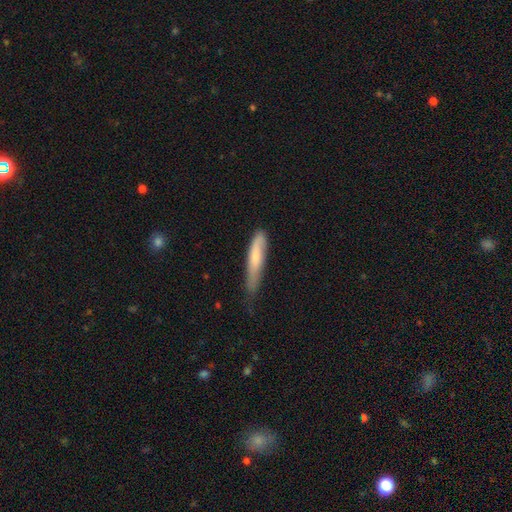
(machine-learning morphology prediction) Smooth or featured?
  - smooth: 69% *
  - featured or disk: 25%
  - star or artifact: 6%
How rounded?
  - cigar-shaped: 87% *
  - in between: 11%
  - round: 1%
Merging?
  - none: 48% *
  - minor disturbance: 40%
  - major disturbance: 9%
  - merger: 2%